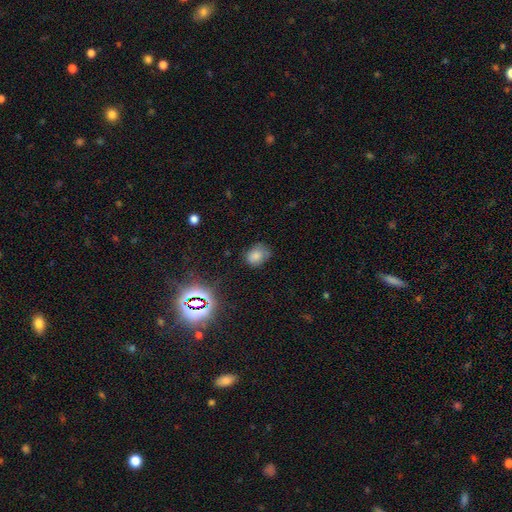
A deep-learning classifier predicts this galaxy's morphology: Q: Smooth or featured?
A: smooth (75%); runner-up: star or artifact (16%)
Q: How rounded?
A: in between (57%); runner-up: round (42%)
Q: Merging?
A: none (58%); runner-up: minor disturbance (31%)